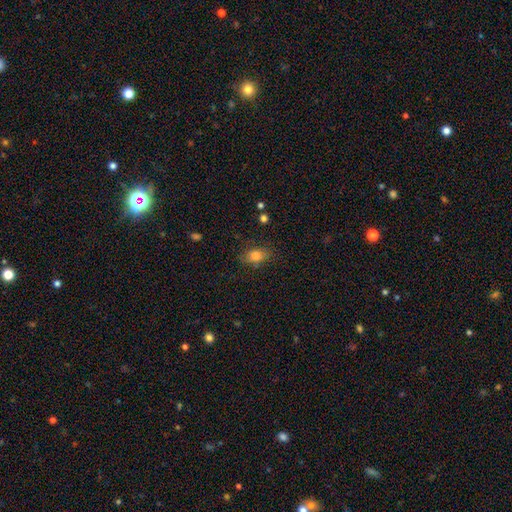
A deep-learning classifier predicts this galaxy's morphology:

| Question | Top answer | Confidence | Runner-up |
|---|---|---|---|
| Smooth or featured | smooth | 82% | star or artifact (10%) |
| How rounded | in between | 77% | round (20%) |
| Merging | none | 77% | minor disturbance (16%) |